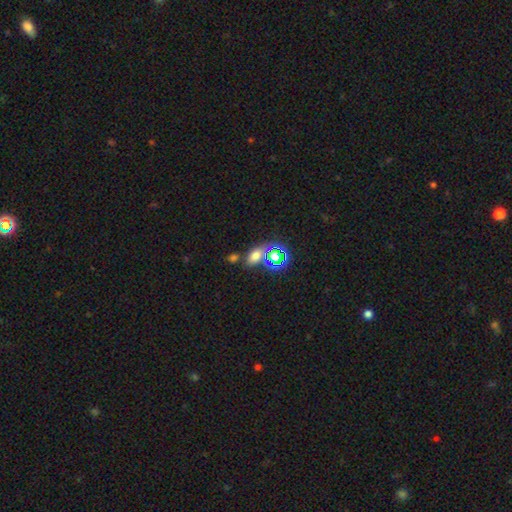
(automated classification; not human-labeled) Morphology: type=smooth (59%); roundness=in between (78%); merging=none (67%).